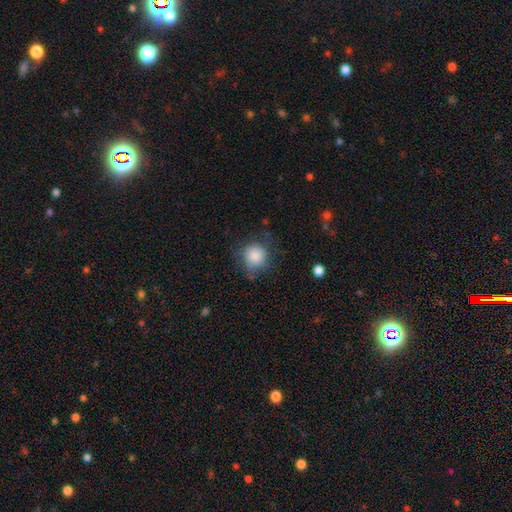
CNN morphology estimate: type=smooth (85%); roundness=round (87%); merging=none (70%).